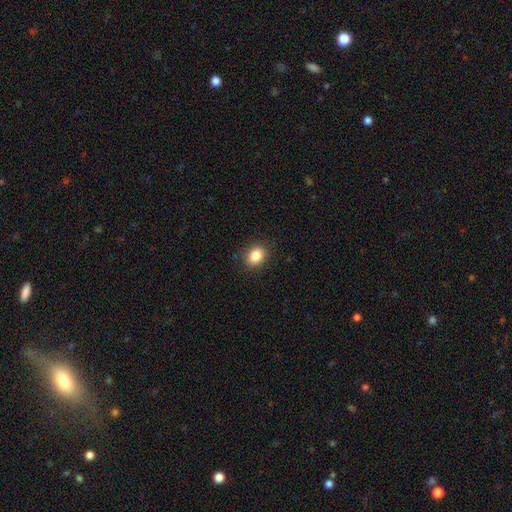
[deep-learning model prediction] Smooth or featured?
  - smooth: 85% *
  - star or artifact: 10%
  - featured or disk: 5%
How rounded?
  - in between: 52% *
  - round: 47%
  - cigar-shaped: 1%
Merging?
  - none: 88% *
  - minor disturbance: 9%
  - major disturbance: 2%
  - merger: 1%